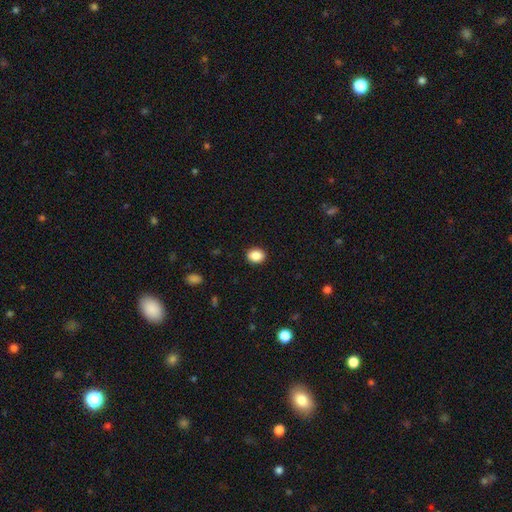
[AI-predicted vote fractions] Smooth or featured? Predicted: smooth (p=0.88). How rounded? Predicted: in between (p=0.51). Merging? Predicted: none (p=0.90).